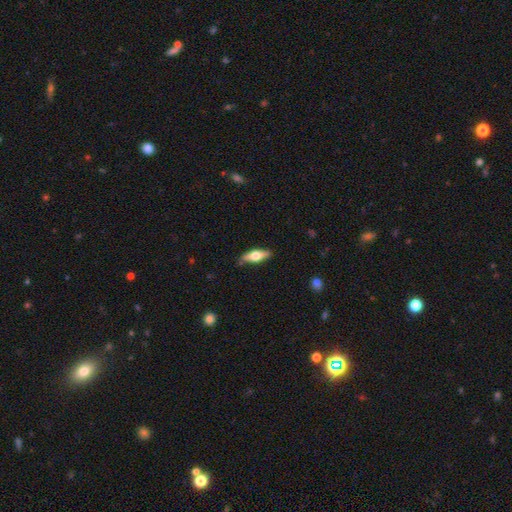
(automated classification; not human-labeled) smooth-or-featured: featured or disk: 49% | smooth: 45% | star or artifact: 6%
  merging: none: 84% | minor disturbance: 12% | major disturbance: 2% | merger: 1%